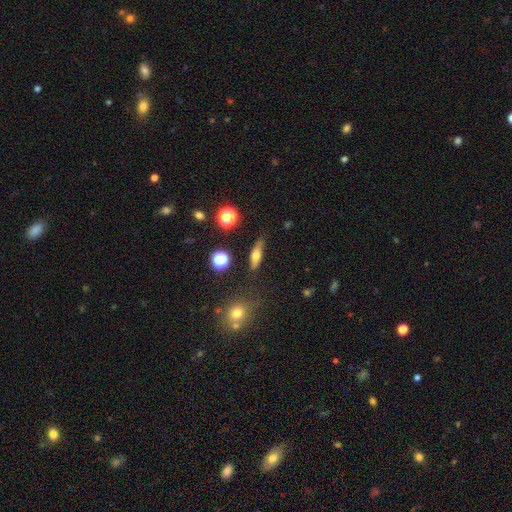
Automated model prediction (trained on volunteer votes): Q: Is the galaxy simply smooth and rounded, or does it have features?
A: smooth — 62%.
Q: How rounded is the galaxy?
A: cigar-shaped — 48%.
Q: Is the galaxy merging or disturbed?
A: none — 75%.